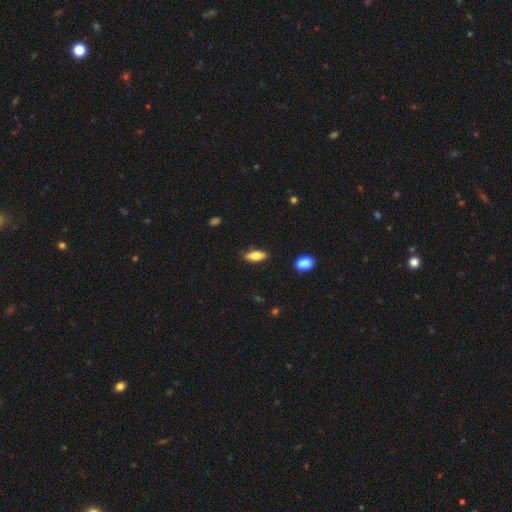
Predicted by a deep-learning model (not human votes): This is likely a smooth galaxy (71%). How rounded: likely in between (76%). Merging: clearly none (83%).